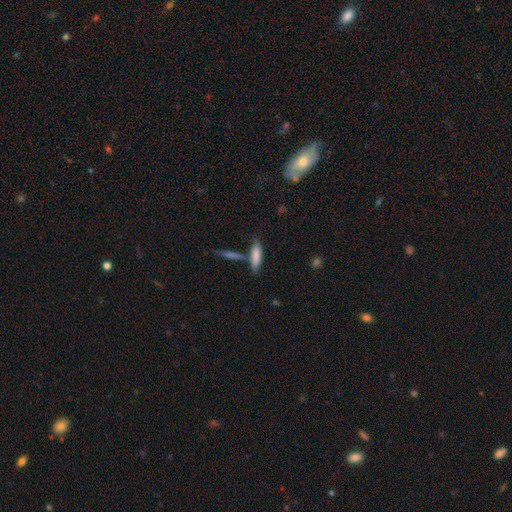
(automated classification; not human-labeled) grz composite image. It shows a smooth galaxy with no disk features (79%) that is cigar-shaped (65%). Merging: none (65%).